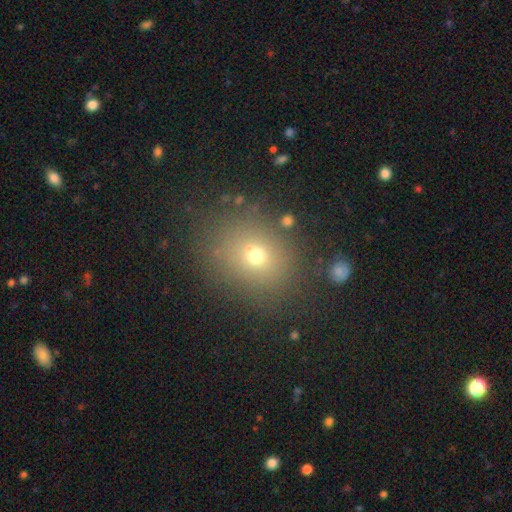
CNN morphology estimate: smooth 67%, star or artifact 20%, featured or disk 13%. Down the decision tree: how rounded — round (59%); merging — none (80%).